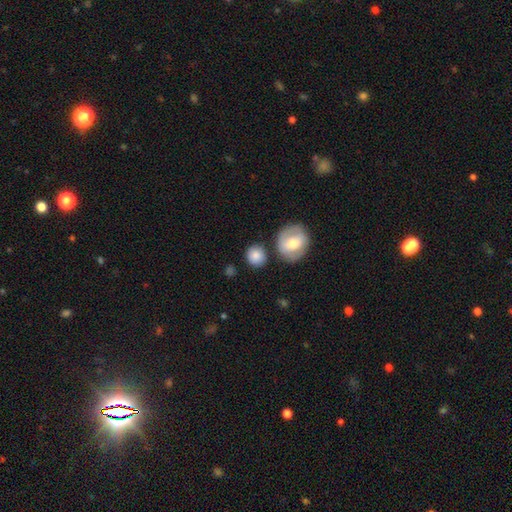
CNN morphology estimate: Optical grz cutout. It shows a smooth galaxy with no disk features (84%) that is round (86%). Merging: none (76%).